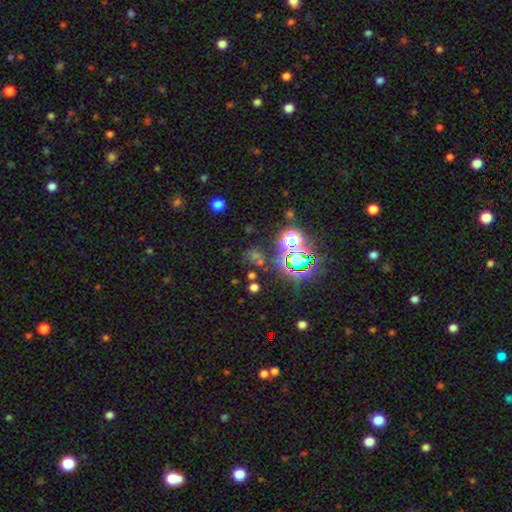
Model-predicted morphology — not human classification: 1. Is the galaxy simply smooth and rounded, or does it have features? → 62% star or artifact, 30% smooth, 8% featured or disk.